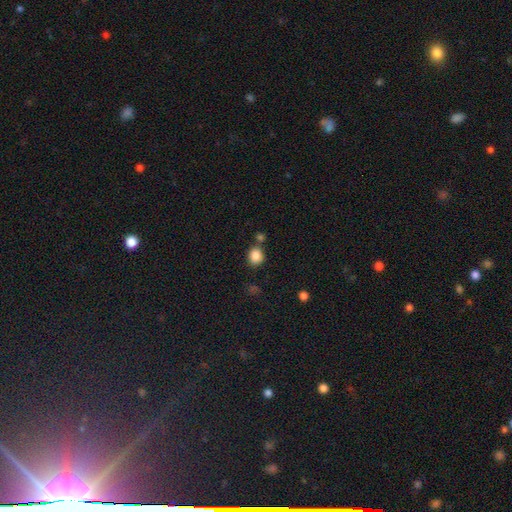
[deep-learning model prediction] The model was most divided on "how rounded": round: 73%, in between: 26%, cigar-shaped: 1%. More confident: smooth or featured — smooth (86%); merging — none (71%).